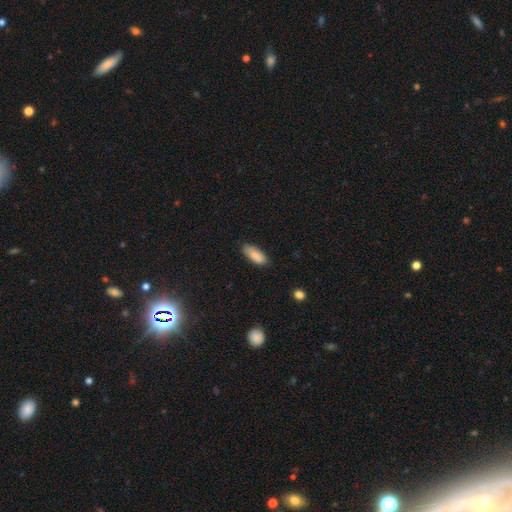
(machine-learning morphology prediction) Q: Smooth or featured?
A: smooth (87%); runner-up: featured or disk (7%)
Q: How rounded?
A: in between (79%); runner-up: cigar-shaped (20%)
Q: Merging?
A: none (79%); runner-up: minor disturbance (17%)